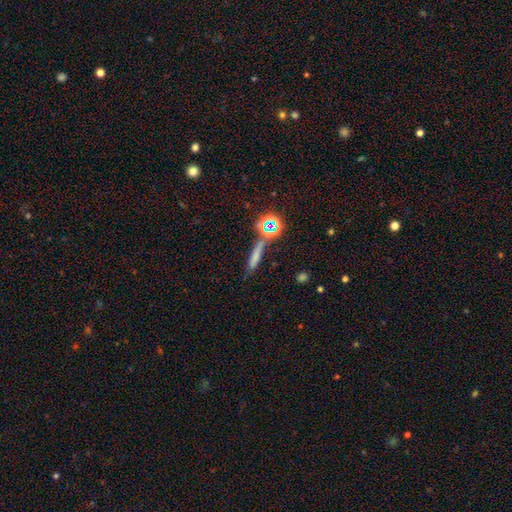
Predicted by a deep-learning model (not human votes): Q: Smooth or featured?
A: smooth (59%); runner-up: star or artifact (24%)
Q: How rounded?
A: cigar-shaped (80%); runner-up: in between (13%)
Q: Merging?
A: none (65%); runner-up: minor disturbance (15%)